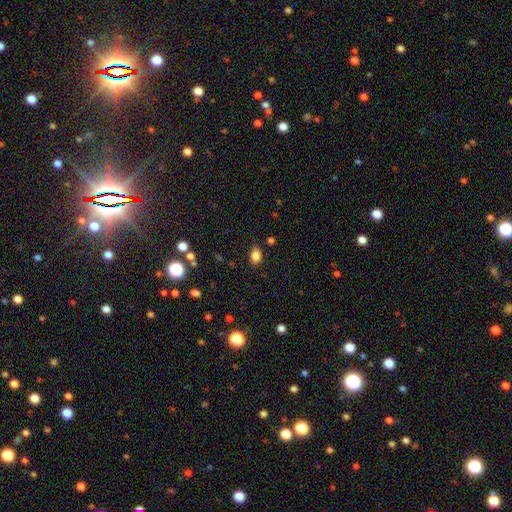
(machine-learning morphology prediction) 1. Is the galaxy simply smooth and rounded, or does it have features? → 83% smooth, 11% star or artifact, 5% featured or disk.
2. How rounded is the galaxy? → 78% in between, 21% round, 1% cigar-shaped.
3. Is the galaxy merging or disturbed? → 81% none, 14% minor disturbance, 3% major disturbance, 2% merger.